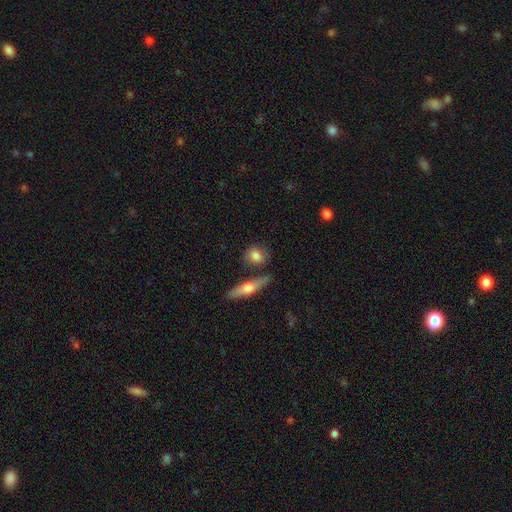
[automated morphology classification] smooth 78%, featured or disk 15%, star or artifact 7%. Down the decision tree: how rounded — round (49%); merging — none (70%).